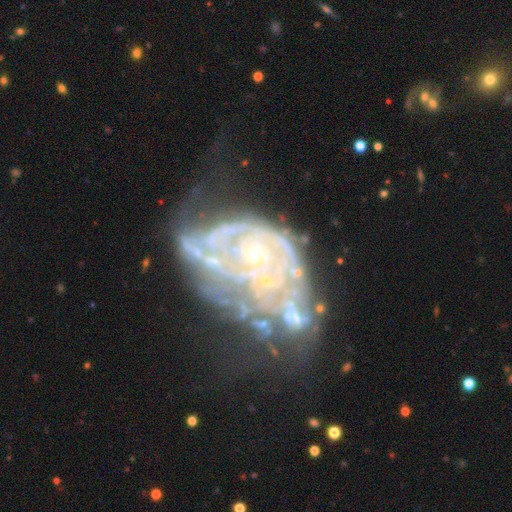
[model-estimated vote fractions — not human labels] Morphology: type=featured or disk (80%); edge-on=no (97%); bar=no (86%); spiral arms=yes (59%); bulge=small (76%); merging=major disturbance (44%).